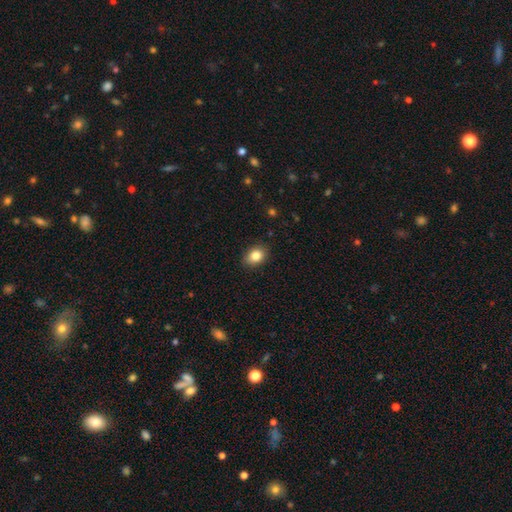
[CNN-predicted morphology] A smooth galaxy with no disk features (84%) that is in between round and cigar-shaped (64%). Merging: none (87%).